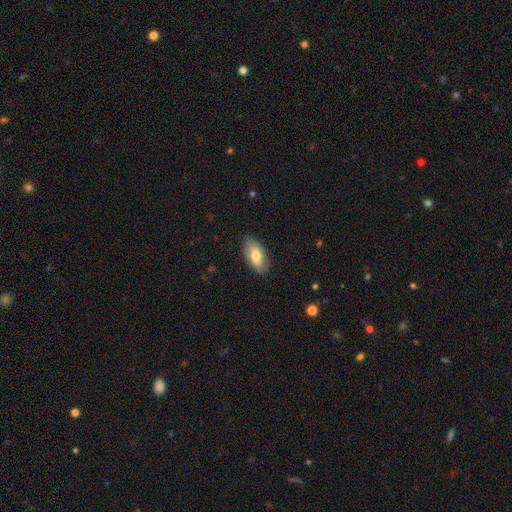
A smooth galaxy with no disk features (67%) that is in between round and cigar-shaped (100%). Merging: none (76%).